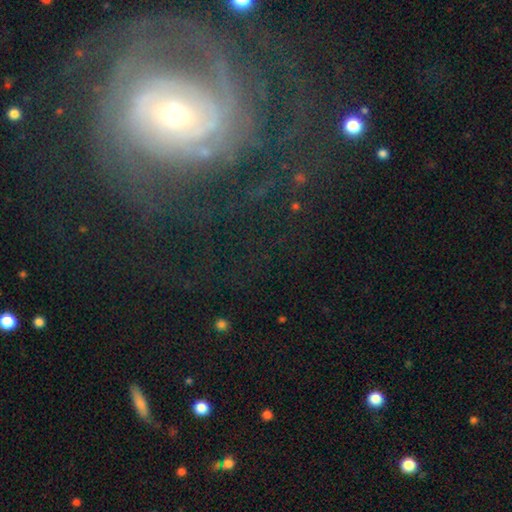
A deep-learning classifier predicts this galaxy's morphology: Smooth or featured?
  - featured or disk: 68% *
  - star or artifact: 19%
  - smooth: 14%
Edge-on disk?
  - no: 93% *
  - yes: 7%
Bar?
  - no: 57% *
  - weak: 28%
  - strong: 15%
Spiral arms?
  - yes: 82% *
  - no: 18%
Spiral winding?
  - tight: 60% *
  - medium: 27%
  - loose: 13%
Spiral arm count?
  - can't tell: 36% *
  - 2: 24%
  - 3: 13%
  - 4: 10%
  - more than 4: 9%
  - 1: 9%
Bulge size?
  - small: 58% *
  - moderate: 34%
  - large: 3%
  - none: 3%
  - dominant: 2%
Merging?
  - none: 65% *
  - major disturbance: 17%
  - minor disturbance: 15%
  - merger: 4%